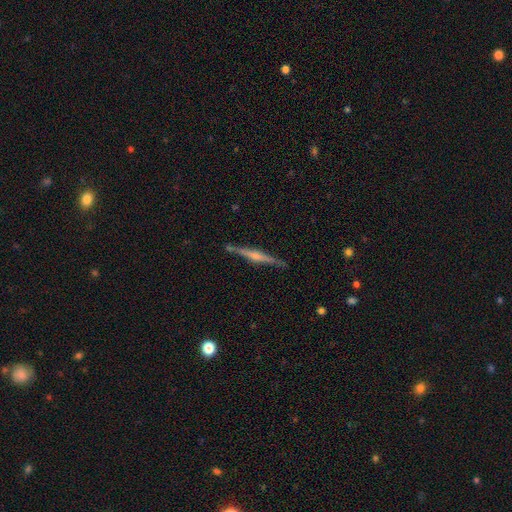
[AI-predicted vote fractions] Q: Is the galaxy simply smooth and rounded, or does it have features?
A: featured or disk — 76%.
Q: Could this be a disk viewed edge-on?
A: yes — 98%.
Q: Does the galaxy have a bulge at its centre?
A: rounded — 69%.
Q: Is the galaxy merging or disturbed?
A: none — 86%.